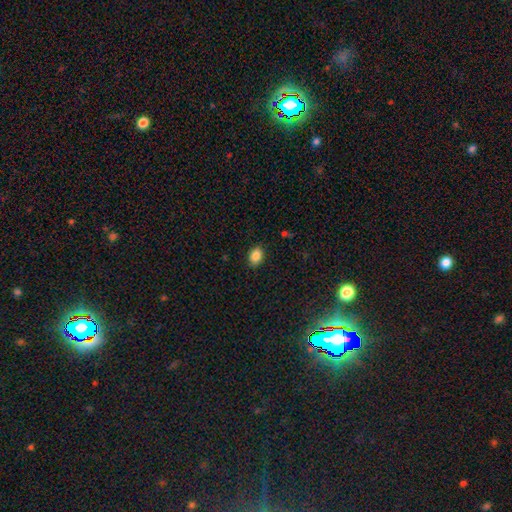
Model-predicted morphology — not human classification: A smooth galaxy with no disk features (86%) that is in between round and cigar-shaped (78%). Merging: none (87%).